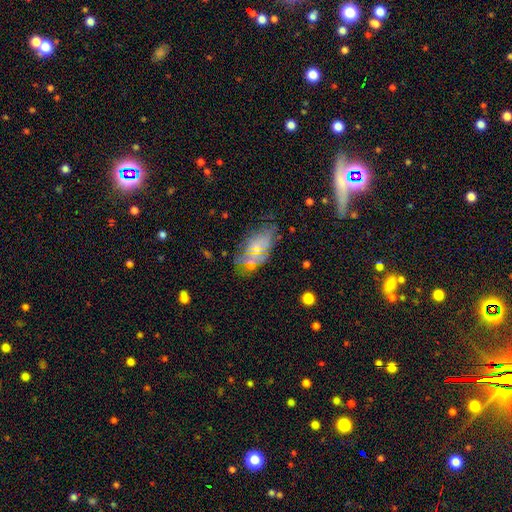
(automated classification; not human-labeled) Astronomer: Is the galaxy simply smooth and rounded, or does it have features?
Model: smooth — 48% (runner-up: featured or disk, 36%).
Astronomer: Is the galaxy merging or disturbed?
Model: none — 50%.